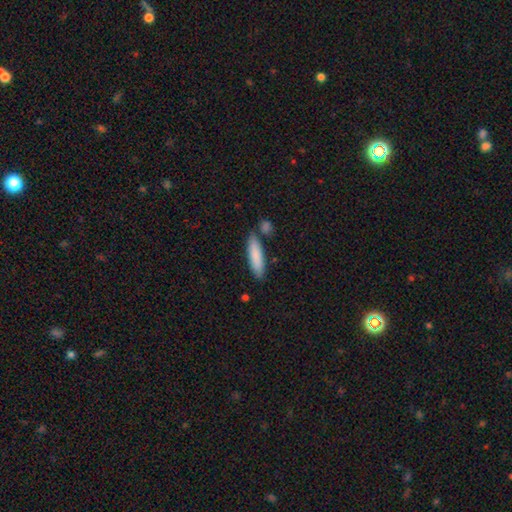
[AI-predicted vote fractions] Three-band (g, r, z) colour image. It shows a smooth galaxy with no disk features (84%) that is cigar-shaped (69%). Merging: none (77%).